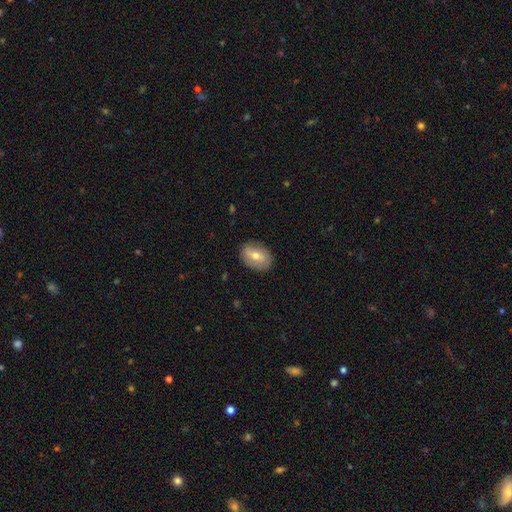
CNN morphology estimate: A smooth galaxy with no disk features (58%) that is in between round and cigar-shaped (77%). Merging: none (85%).